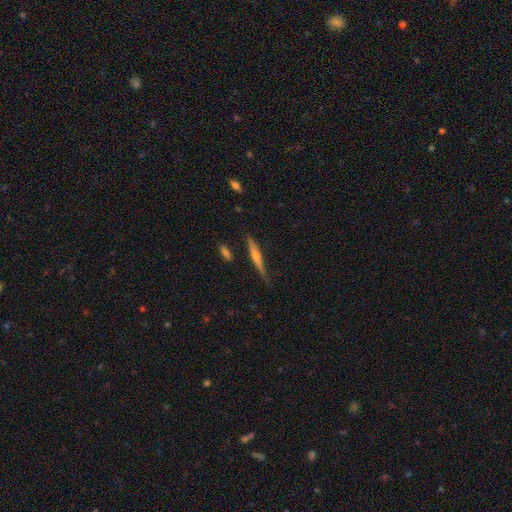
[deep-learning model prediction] The model was most divided on "smooth or featured": featured or disk: 66%, smooth: 27%, star or artifact: 7%. More confident: edge-on disk — yes (97%); merging — none (81%); edge-on bulge — rounded (75%).